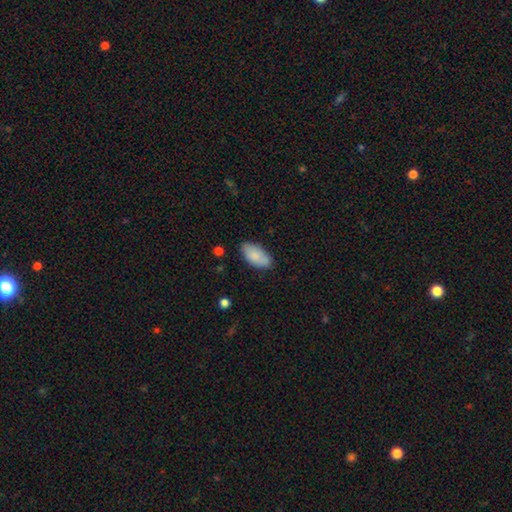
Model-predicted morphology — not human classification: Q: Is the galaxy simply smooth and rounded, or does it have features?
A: smooth — 83%.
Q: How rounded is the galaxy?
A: in between — 94%.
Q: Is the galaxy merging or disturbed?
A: none — 77%.